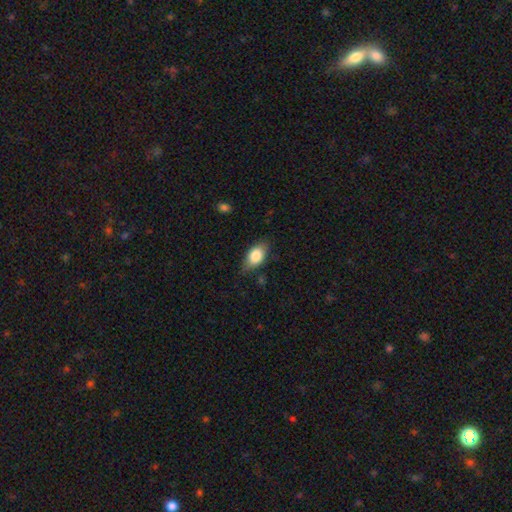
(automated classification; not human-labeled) Smooth or featured: smooth — 80% (featured or disk — 13%)
How rounded: in between — 88% (round — 8%)
Merging: none — 76% (minor disturbance — 19%)